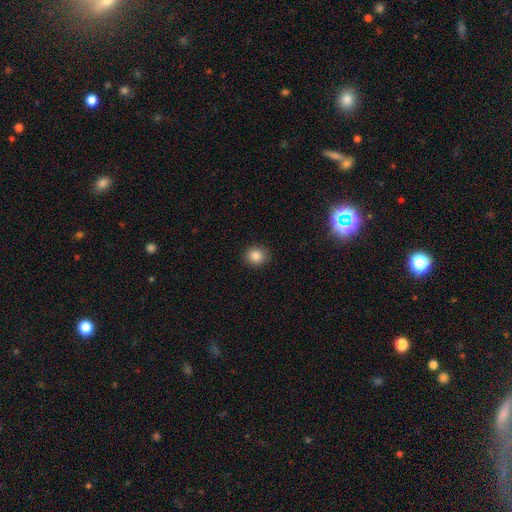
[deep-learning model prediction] The model was most divided on "how rounded": round: 82%, in between: 18%, cigar-shaped: 1%. More confident: merging — none (90%); smooth or featured — smooth (85%).